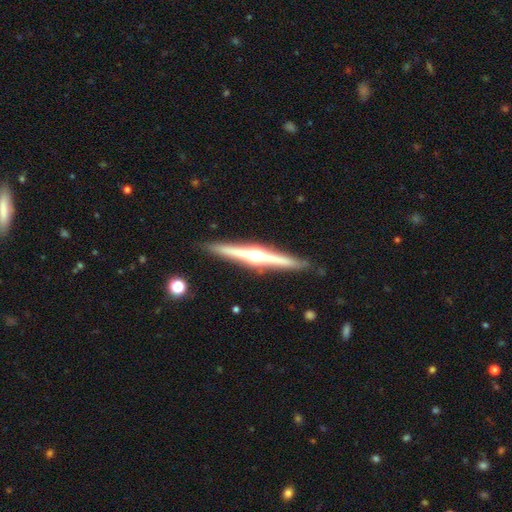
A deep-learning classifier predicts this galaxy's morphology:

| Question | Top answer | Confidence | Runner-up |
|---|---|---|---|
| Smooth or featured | featured or disk | 82% | smooth (13%) |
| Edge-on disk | yes | 99% | no (1%) |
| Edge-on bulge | rounded | 92% | boxy (5%) |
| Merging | none | 90% | minor disturbance (7%) |